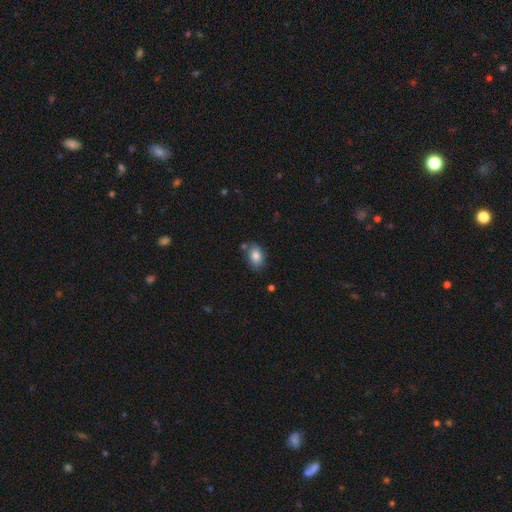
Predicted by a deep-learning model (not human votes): The model was most divided on "merging": none: 74%, minor disturbance: 17%, merger: 6%, major disturbance: 4%. More confident: how rounded — in between (84%); smooth or featured — smooth (83%).